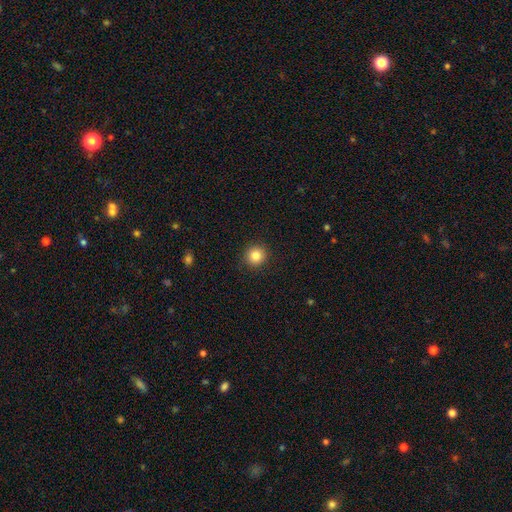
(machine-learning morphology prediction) smooth_or_featured: smooth (p=0.84) [alt: star or artifact p=0.10]
how_rounded: round (p=0.93) [alt: in between p=0.06]
merging: none (p=0.92) [alt: minor disturbance p=0.05]